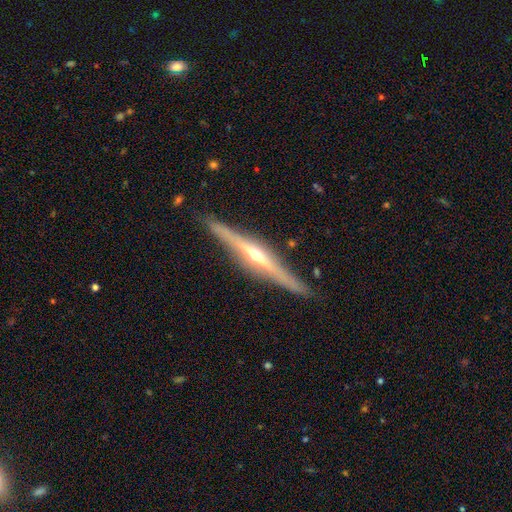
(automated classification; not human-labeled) Overall: featured or disk (82%). Edge-on disk: yes (98%). Edge-on bulge: rounded (89%). Merging: none (89%).